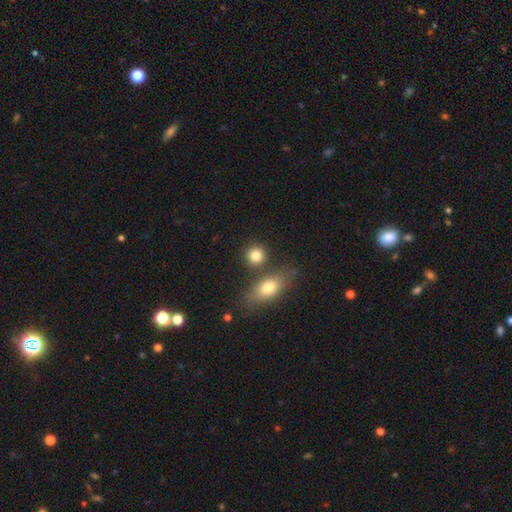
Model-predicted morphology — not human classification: The model was most divided on "merging": none: 72%, merger: 15%, minor disturbance: 9%, major disturbance: 4%. More confident: how rounded — round (82%); smooth or featured — smooth (81%).